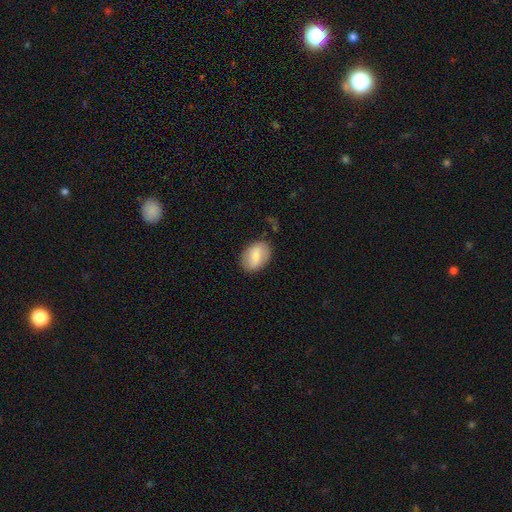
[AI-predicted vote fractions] This appears to be a smooth galaxy with no disk features (74%) that is in between round and cigar-shaped (81%). Merging: none (81%).